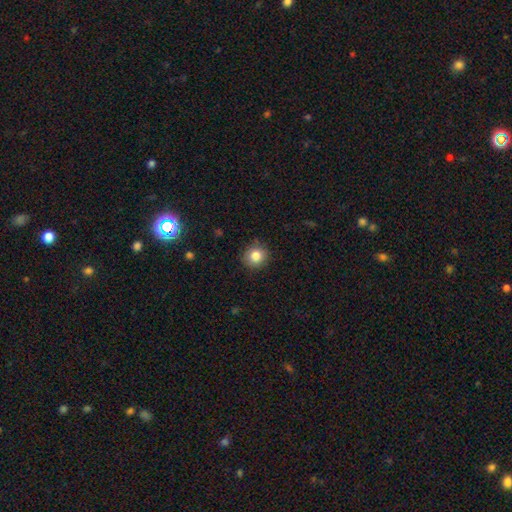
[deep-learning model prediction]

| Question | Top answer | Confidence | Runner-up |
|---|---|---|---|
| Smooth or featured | smooth | 83% | star or artifact (10%) |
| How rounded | round | 90% | in between (9%) |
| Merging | none | 88% | minor disturbance (9%) |